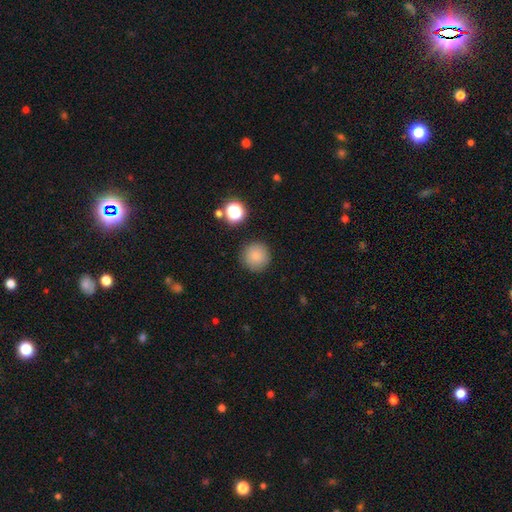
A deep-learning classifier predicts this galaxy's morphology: smooth-or-featured: smooth: 81% | star or artifact: 11% | featured or disk: 7%
  how-rounded: round: 96% | in between: 3% | cigar-shaped: 1%
  merging: none: 88% | minor disturbance: 7% | major disturbance: 2% | merger: 2%